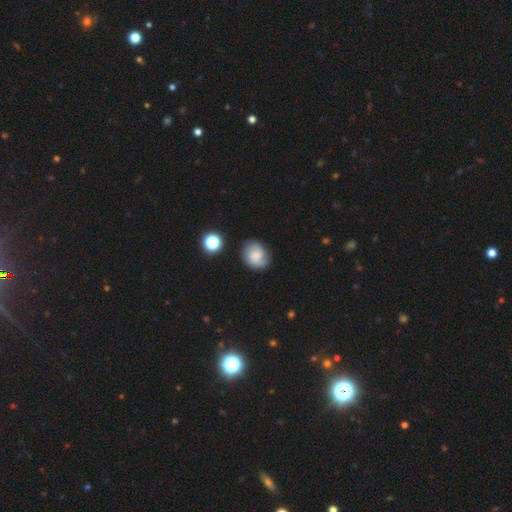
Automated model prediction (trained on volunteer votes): Overall: smooth (49%; featured or disk 40%). Merging: none (70%).